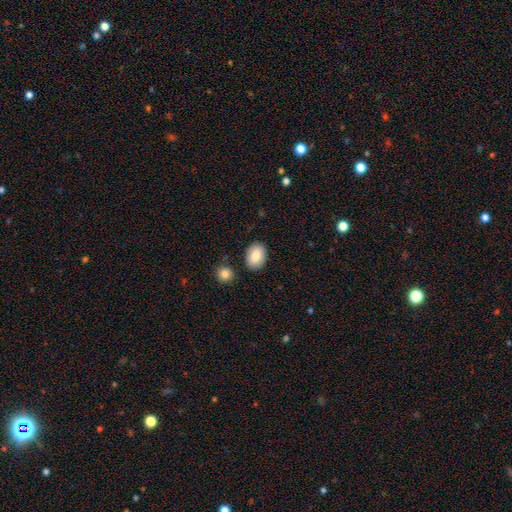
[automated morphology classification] smooth-or-featured: smooth: 83% | featured or disk: 11% | star or artifact: 7%
  how-rounded: in between: 78% | round: 21% | cigar-shaped: 1%
  merging: none: 85% | minor disturbance: 9% | merger: 3% | major disturbance: 2%